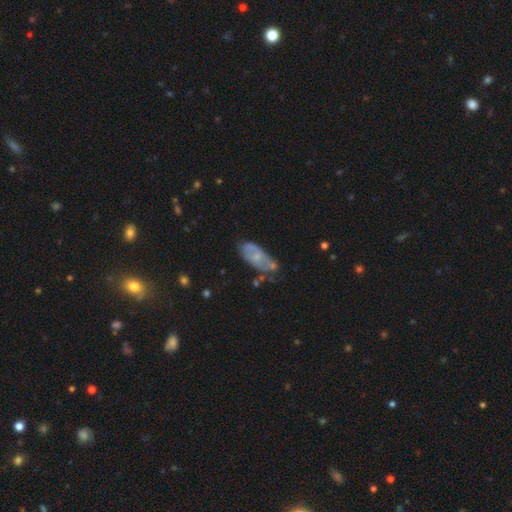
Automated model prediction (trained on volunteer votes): Smooth or featured? featured or disk (50%)
Edge-on disk? no (90%)
Merging? none (45%)